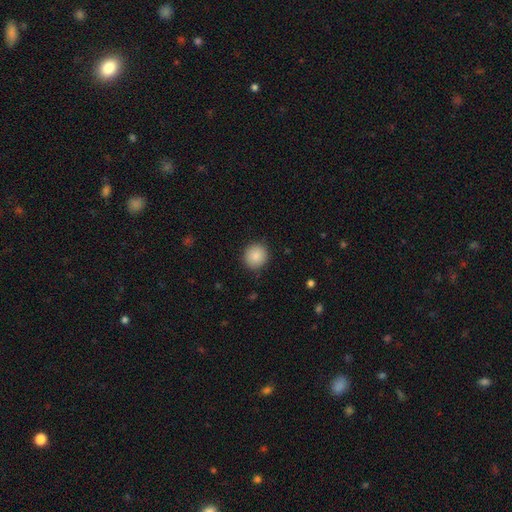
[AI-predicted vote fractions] This appears to be a smooth galaxy with no disk features (88%) that is round (91%). Merging: none (90%).